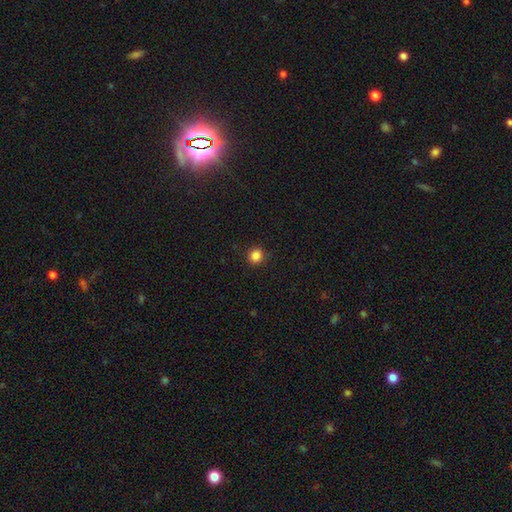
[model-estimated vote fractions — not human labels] Smooth or featured: smooth — 85% (star or artifact — 12%)
How rounded: round — 90% (in between — 9%)
Merging: none — 91% (minor disturbance — 6%)